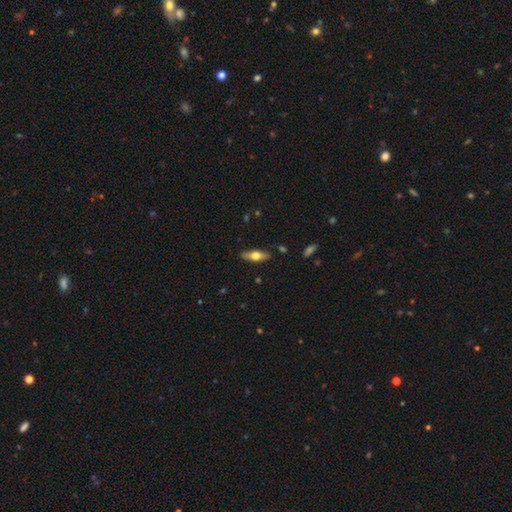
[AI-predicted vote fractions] Smooth or featured? smooth (51%)
How rounded? in between (56%)
Merging? none (86%)